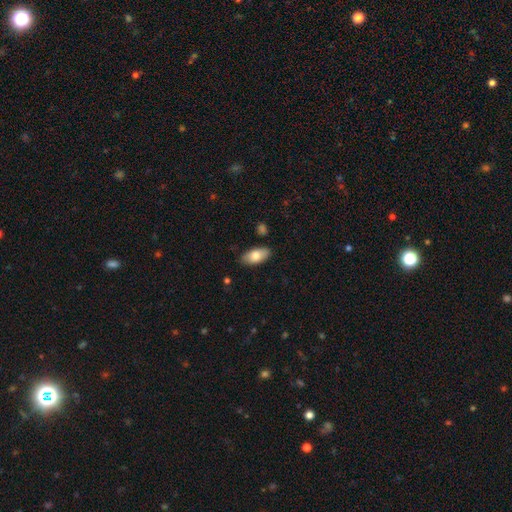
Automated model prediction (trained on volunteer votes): Q: Smooth or featured?
A: smooth (78%); runner-up: featured or disk (16%)
Q: How rounded?
A: in between (92%); runner-up: cigar-shaped (5%)
Q: Merging?
A: none (85%); runner-up: minor disturbance (11%)